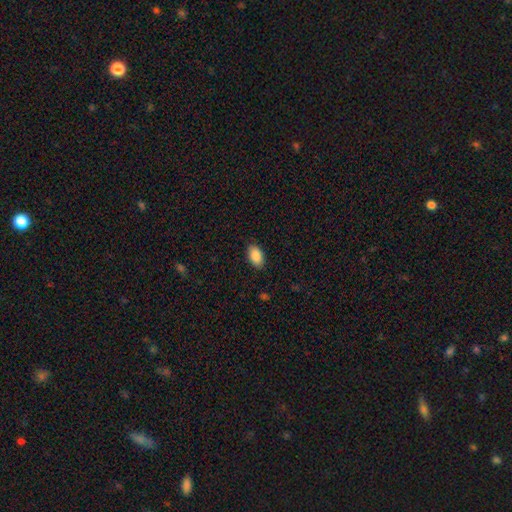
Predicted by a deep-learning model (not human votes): The model was most divided on "merging": none: 87%, minor disturbance: 10%, major disturbance: 2%, merger: 1%. More confident: how rounded — in between (93%); smooth or featured — smooth (89%).